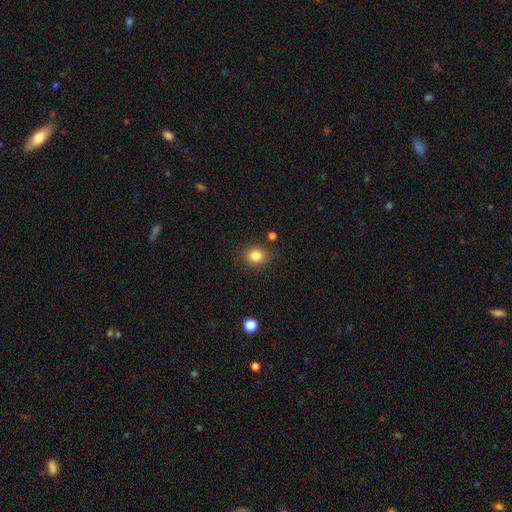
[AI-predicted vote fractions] Q: Smooth or featured?
A: smooth (82%); runner-up: star or artifact (12%)
Q: How rounded?
A: round (72%); runner-up: in between (27%)
Q: Merging?
A: none (85%); runner-up: minor disturbance (9%)